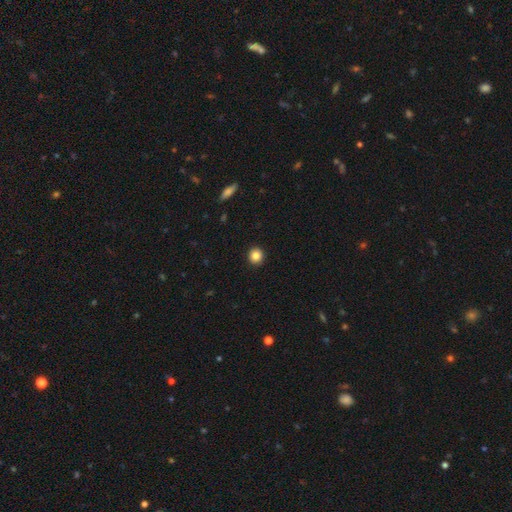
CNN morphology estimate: Smooth or featured?
  - smooth: 85% *
  - star or artifact: 10%
  - featured or disk: 5%
How rounded?
  - round: 93% *
  - in between: 6%
  - cigar-shaped: 1%
Merging?
  - none: 93% *
  - minor disturbance: 5%
  - major disturbance: 2%
  - merger: 1%